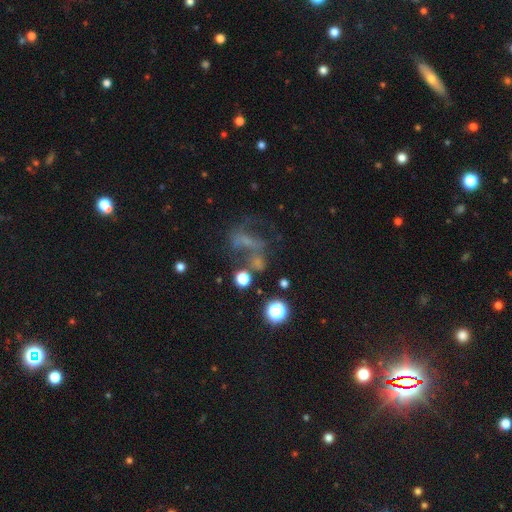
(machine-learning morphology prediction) This appears to be a featured or disk galaxy (41%). Merging: none (37%).